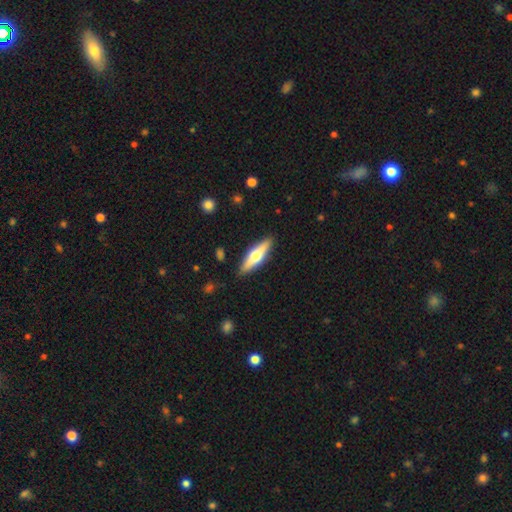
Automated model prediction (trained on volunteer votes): The model was most divided on "smooth or featured": featured or disk: 58%, smooth: 37%, star or artifact: 5%. More confident: edge-on bulge — rounded (95%); edge-on disk — yes (94%); merging — none (89%).